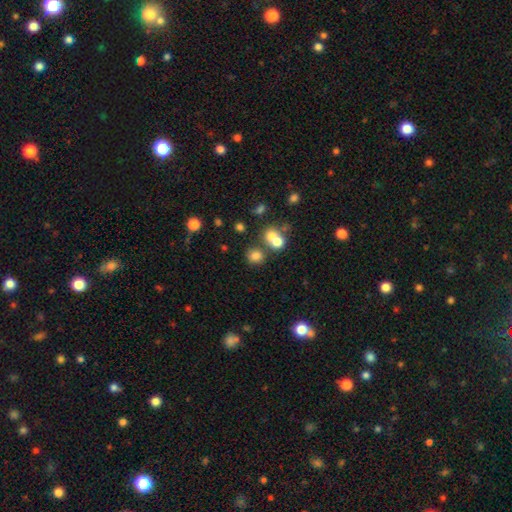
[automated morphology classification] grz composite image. It shows a smooth galaxy with no disk features (75%) that is round (82%). Merging: none (61%).